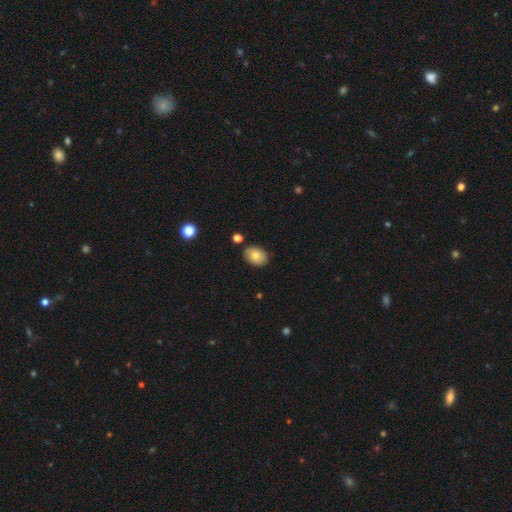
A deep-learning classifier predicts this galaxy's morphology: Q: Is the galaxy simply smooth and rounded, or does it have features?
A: smooth — 77%.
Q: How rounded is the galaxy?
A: in between — 75%.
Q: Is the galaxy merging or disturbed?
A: none — 84%.